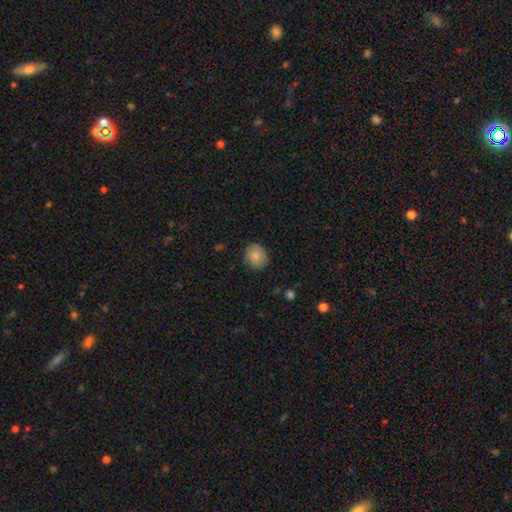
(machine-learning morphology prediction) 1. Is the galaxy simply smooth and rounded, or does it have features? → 83% smooth, 9% featured or disk, 8% star or artifact.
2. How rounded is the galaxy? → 73% round, 26% in between, 1% cigar-shaped.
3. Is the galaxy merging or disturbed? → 85% none, 11% minor disturbance, 2% major disturbance, 1% merger.